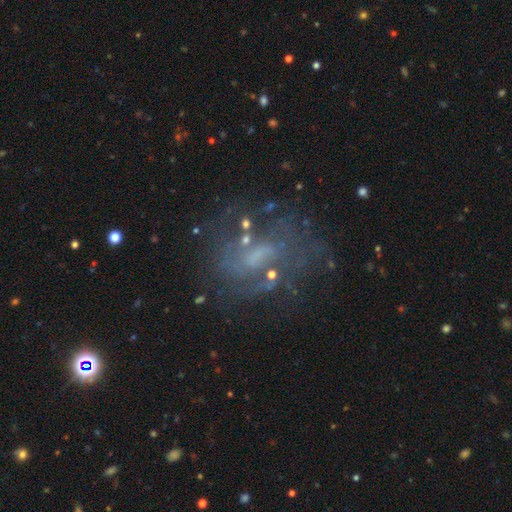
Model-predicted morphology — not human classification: type=featured or disk (64%); edge-on=no (95%); bar=no (44%); spiral arms=yes (56%); bulge=small (38%); merging=none (58%).